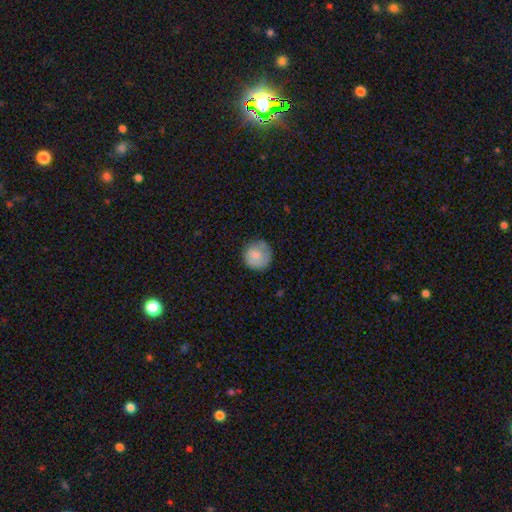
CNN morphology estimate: Smooth or featured? Predicted: smooth (p=0.78). How rounded? Predicted: round (p=0.93). Merging? Predicted: none (p=0.76).